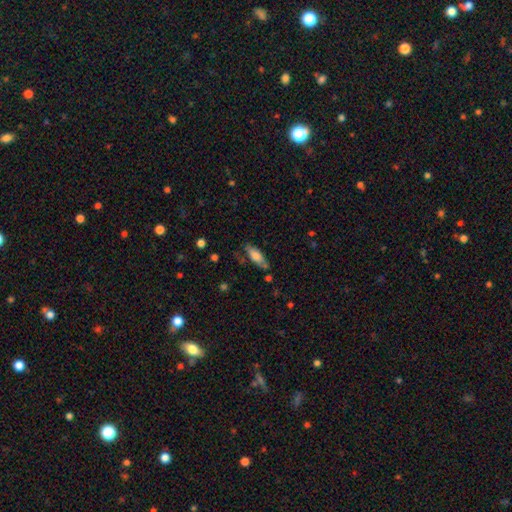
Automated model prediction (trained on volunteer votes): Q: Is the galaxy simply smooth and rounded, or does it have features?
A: smooth — 73%.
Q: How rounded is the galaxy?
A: in between — 65%.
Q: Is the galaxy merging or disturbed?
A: none — 65%.